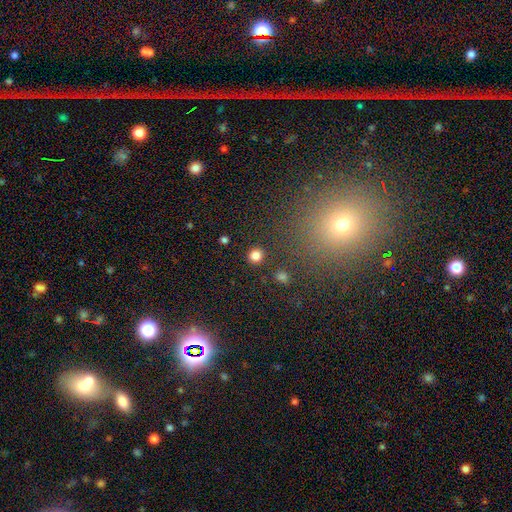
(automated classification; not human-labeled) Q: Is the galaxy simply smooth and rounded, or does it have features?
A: smooth — 83%.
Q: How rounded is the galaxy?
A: round — 93%.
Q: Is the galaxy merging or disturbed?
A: none — 91%.